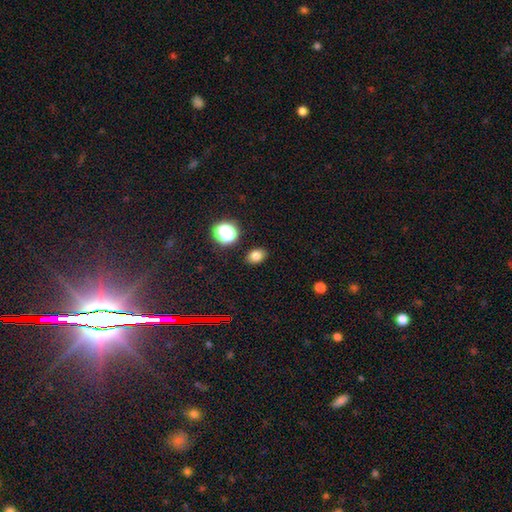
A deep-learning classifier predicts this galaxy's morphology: Smooth or featured? smooth (79%)
How rounded? in between (70%)
Merging? none (87%)